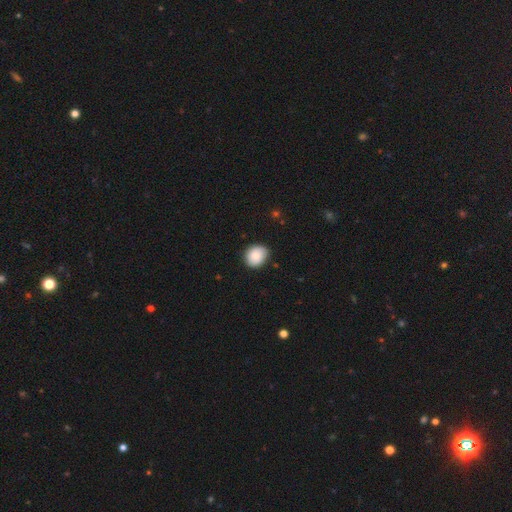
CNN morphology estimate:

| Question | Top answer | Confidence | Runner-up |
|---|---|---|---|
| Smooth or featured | smooth | 83% | featured or disk (10%) |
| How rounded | round | 67% | in between (32%) |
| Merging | none | 83% | minor disturbance (14%) |